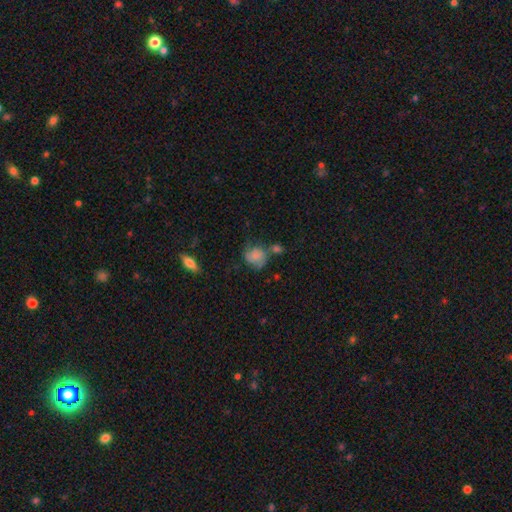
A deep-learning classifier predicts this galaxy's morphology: A smooth galaxy with no disk features (65%) that is round (67%). Merging: none (44%).